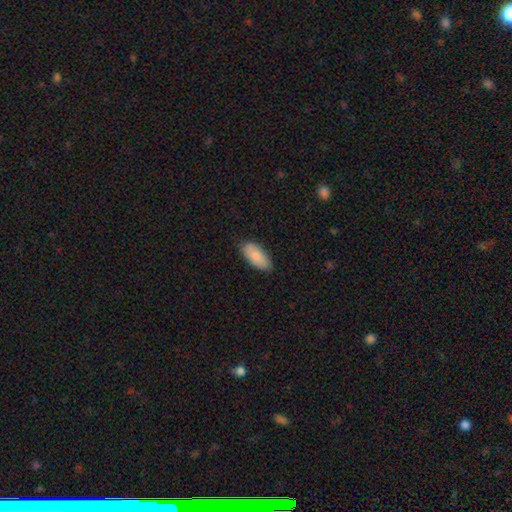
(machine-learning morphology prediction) Overall: smooth (85%). How rounded: in between (89%). Merging: none (85%).